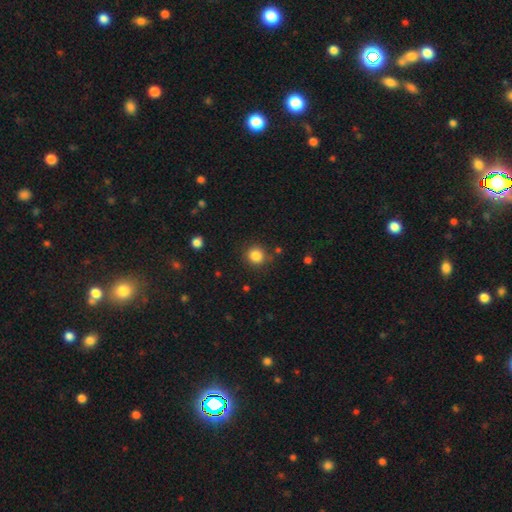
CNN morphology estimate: Overall: smooth (84%). How rounded: round (90%). Merging: none (85%).